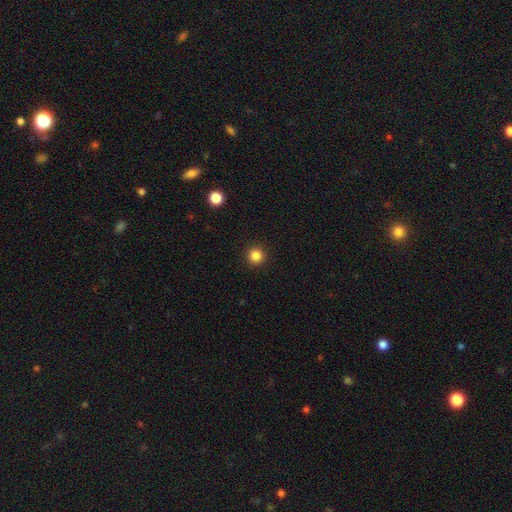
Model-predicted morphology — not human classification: smooth_or_featured: smooth (p=0.84) [alt: star or artifact p=0.12]
how_rounded: round (p=0.96) [alt: in between p=0.03]
merging: none (p=0.93) [alt: minor disturbance p=0.04]